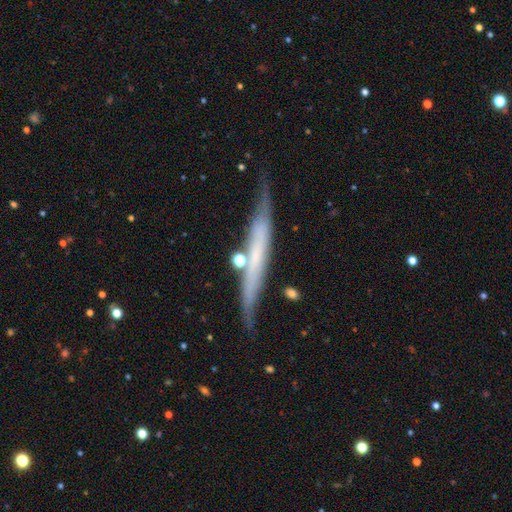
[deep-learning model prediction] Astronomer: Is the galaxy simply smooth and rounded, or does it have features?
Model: featured or disk — 61%.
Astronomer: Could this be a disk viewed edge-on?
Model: yes — 88%.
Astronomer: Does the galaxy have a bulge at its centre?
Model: none — 73%.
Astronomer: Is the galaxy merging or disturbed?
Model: none — 67%.